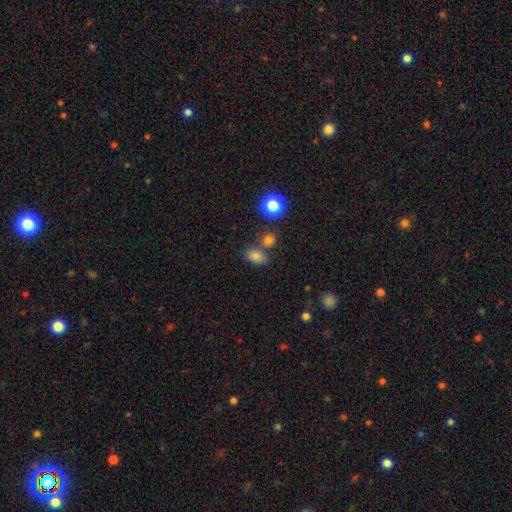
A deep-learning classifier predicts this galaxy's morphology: Smooth or featured: smooth — 79% (star or artifact — 14%)
How rounded: in between — 76% (round — 23%)
Merging: none — 65% (merger — 19%)